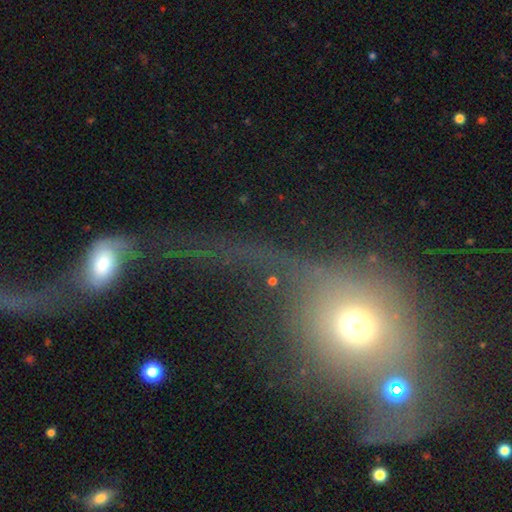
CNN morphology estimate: This appears to be a smooth galaxy with no disk features (46%). Merging: major disturbance (43%).